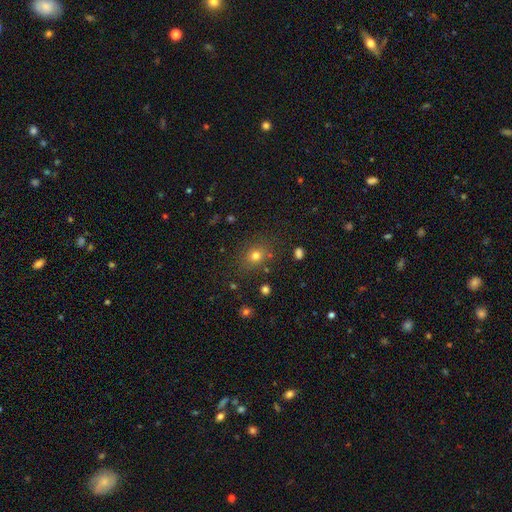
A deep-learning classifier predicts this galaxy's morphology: A smooth galaxy with no disk features (76%) that is round (73%). Merging: none (81%).